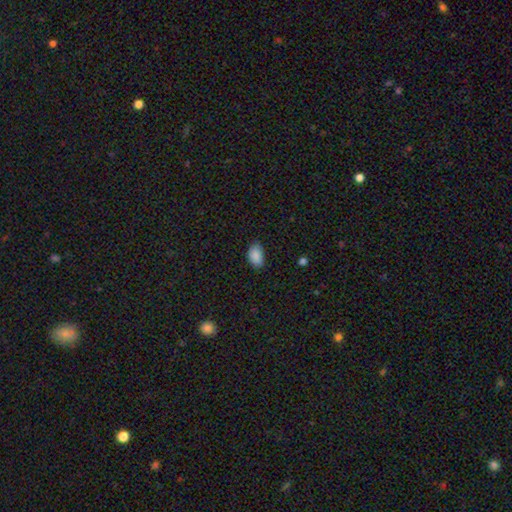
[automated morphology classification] Smooth or featured? smooth (88%)
How rounded? in between (91%)
Merging? none (79%)